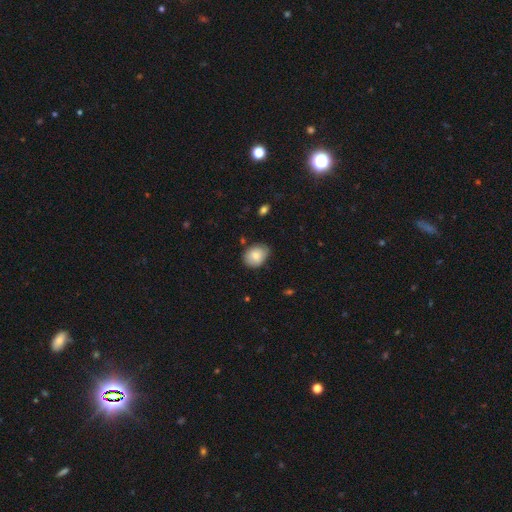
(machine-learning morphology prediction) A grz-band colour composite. It shows a smooth galaxy with no disk features (80%) that is in between round and cigar-shaped (58%). Merging: none (71%).